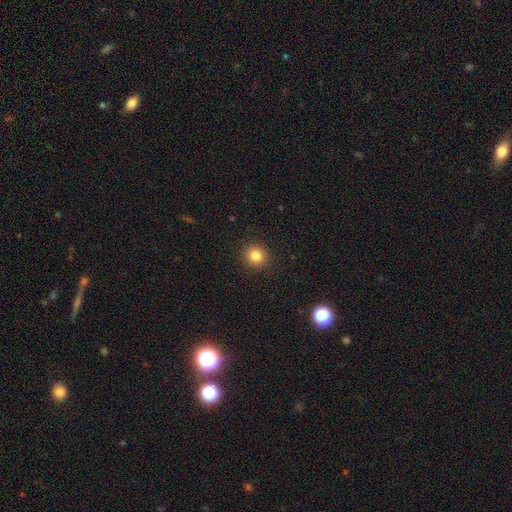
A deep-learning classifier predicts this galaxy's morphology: A smooth galaxy with no disk features (84%) that is round (91%). Merging: none (92%).